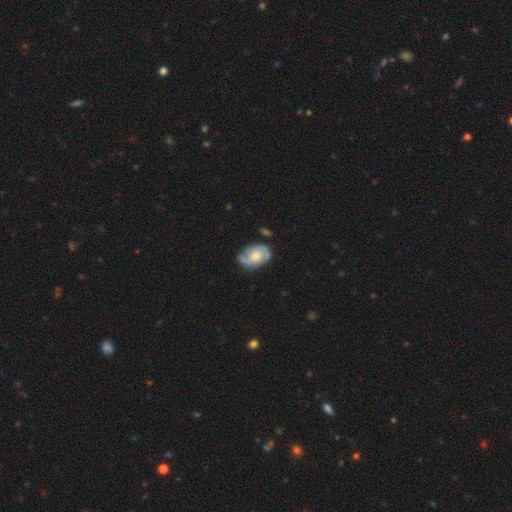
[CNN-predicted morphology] Smooth or featured?
  - featured or disk: 69% *
  - smooth: 25%
  - star or artifact: 6%
Edge-on disk?
  - no: 97% *
  - yes: 3%
Bar?
  - no: 71% *
  - weak: 25%
  - strong: 3%
Spiral arms?
  - yes: 91% *
  - no: 9%
Spiral winding?
  - medium: 43% *
  - tight: 38%
  - loose: 19%
Spiral arm count?
  - 2: 62% *
  - can't tell: 18%
  - 3: 12%
  - 1: 5%
  - 4: 2%
  - more than 4: 2%
Bulge size?
  - moderate: 58% *
  - small: 28%
  - large: 9%
  - none: 4%
  - dominant: 1%
Merging?
  - none: 68% *
  - minor disturbance: 23%
  - major disturbance: 7%
  - merger: 2%